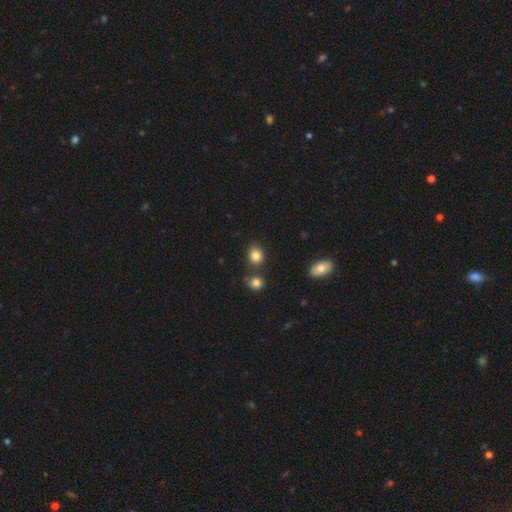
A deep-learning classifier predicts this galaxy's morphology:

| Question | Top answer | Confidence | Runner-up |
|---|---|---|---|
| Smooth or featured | smooth | 84% | star or artifact (10%) |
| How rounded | round | 69% | in between (30%) |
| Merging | none | 73% | merger (14%) |